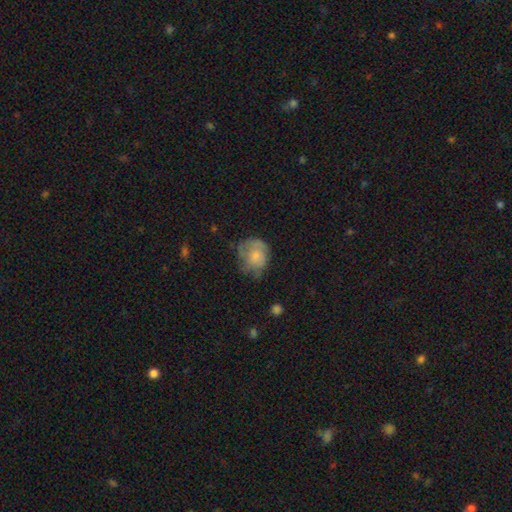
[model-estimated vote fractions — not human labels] Smooth or featured?
  - smooth: 62% *
  - featured or disk: 30%
  - star or artifact: 8%
How rounded?
  - round: 70% *
  - in between: 29%
  - cigar-shaped: 1%
Merging?
  - none: 49% *
  - minor disturbance: 31%
  - major disturbance: 18%
  - merger: 2%